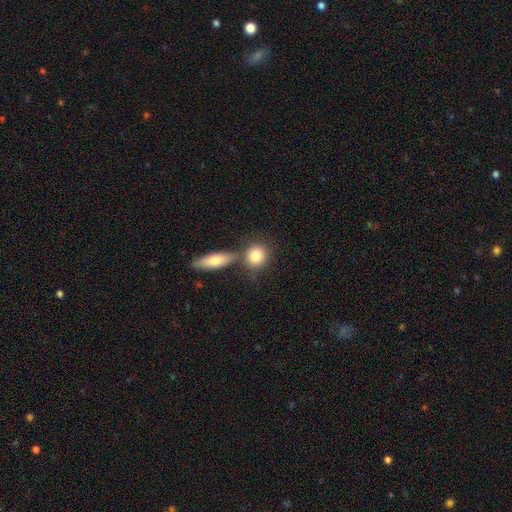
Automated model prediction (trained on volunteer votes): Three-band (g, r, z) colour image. It shows a smooth galaxy with no disk features (82%) that is round (74%). Merging: none (60%).